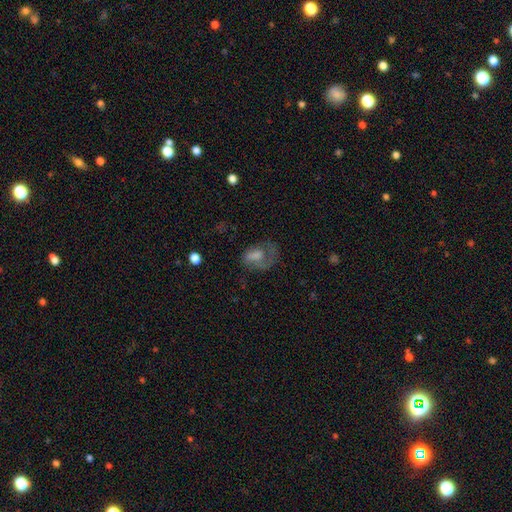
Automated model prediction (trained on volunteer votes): This appears to be a featured or disk galaxy (51%). Merging: none (45%).